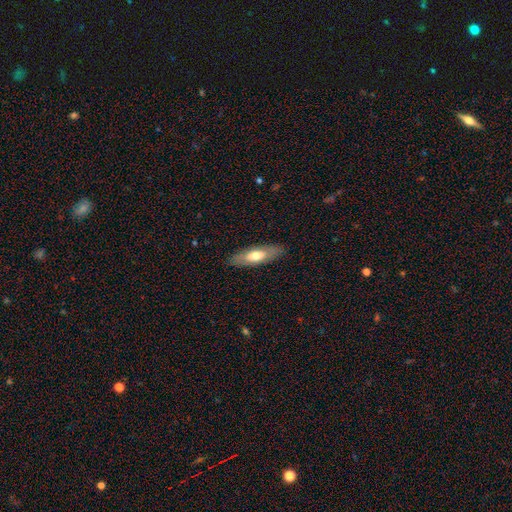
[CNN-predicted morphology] smooth_or_featured: smooth (p=0.60) [alt: featured or disk p=0.35]
how_rounded: in between (p=0.53) [alt: cigar-shaped p=0.45]
merging: none (p=0.86) [alt: minor disturbance p=0.10]